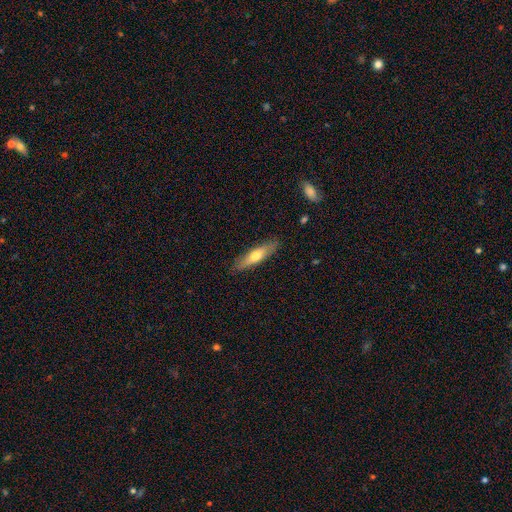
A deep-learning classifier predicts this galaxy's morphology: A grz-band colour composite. It shows a smooth galaxy with no disk features (59%) that is cigar-shaped (70%). Merging: none (86%).